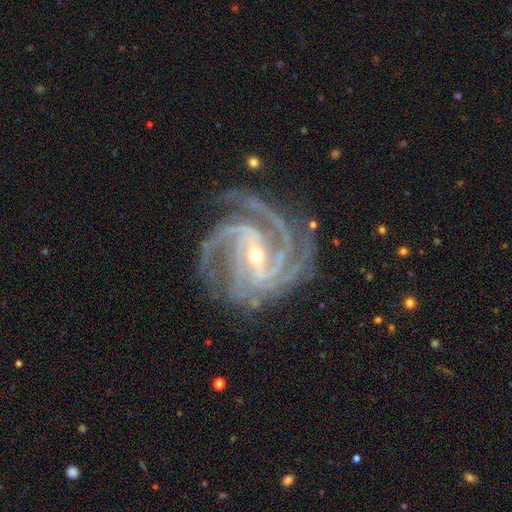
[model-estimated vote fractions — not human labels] smooth_or_featured: featured or disk (p=0.93) [alt: star or artifact p=0.05]
disk_edge_on: no (p=0.98) [alt: yes p=0.02]
bar: strong (p=0.49) [alt: weak p=0.34]
has_spiral_arms: yes (p=0.99) [alt: no p=0.01]
spiral_winding: tight (p=0.62) [alt: medium p=0.35]
spiral_arm_count: 4 (p=0.35) [tied with: 3 p=0.35]
bulge_size: small (p=0.64) [alt: moderate p=0.33]
merging: none (p=0.76) [alt: minor disturbance p=0.15]